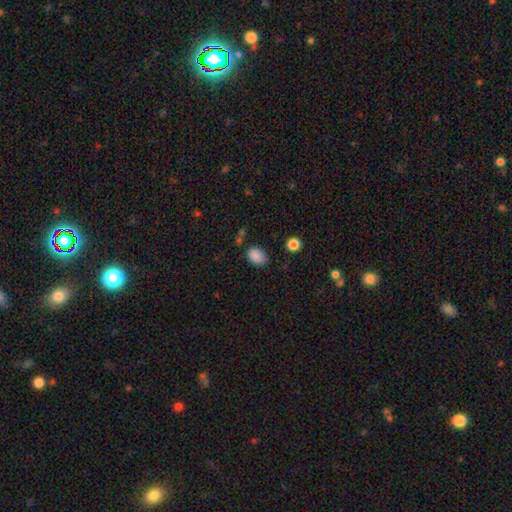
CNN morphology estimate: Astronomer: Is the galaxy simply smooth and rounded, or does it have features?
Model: smooth — 86%.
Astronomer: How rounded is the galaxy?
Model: in between — 74%.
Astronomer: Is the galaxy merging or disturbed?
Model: none — 73%.